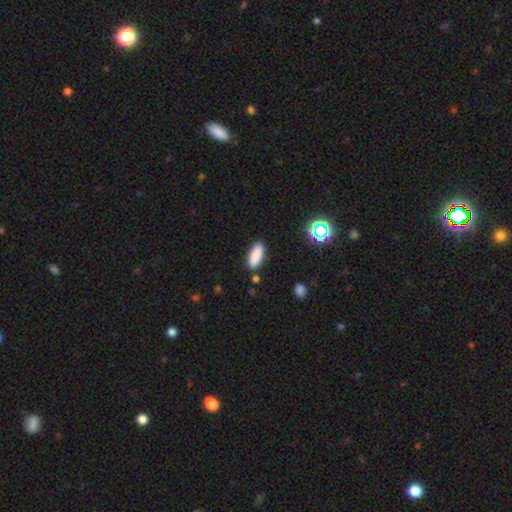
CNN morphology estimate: A smooth galaxy with no disk features (84%) that is in between round and cigar-shaped (76%). Merging: none (86%).